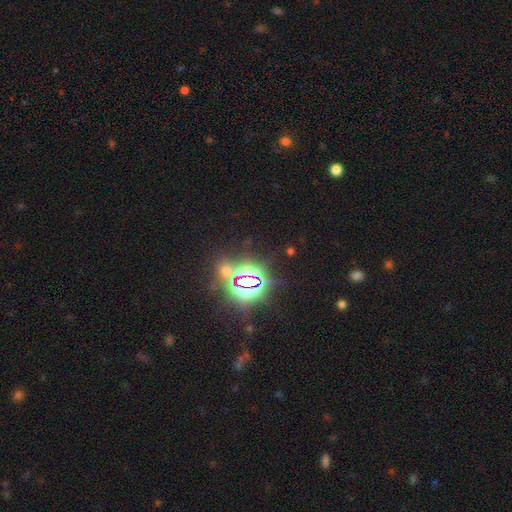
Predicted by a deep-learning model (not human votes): smooth-or-featured: star or artifact: 83% | smooth: 12% | featured or disk: 6%